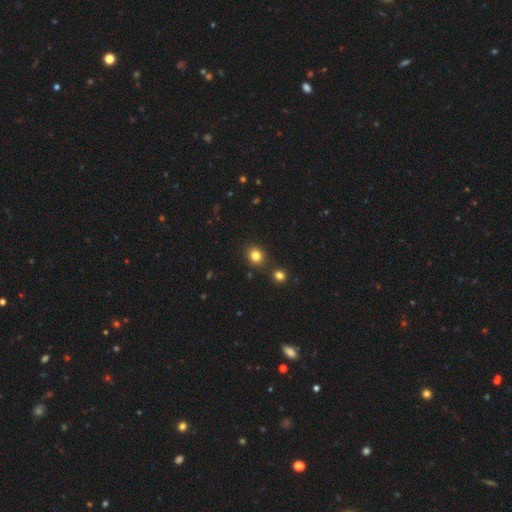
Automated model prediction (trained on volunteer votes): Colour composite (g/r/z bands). It shows a smooth galaxy with no disk features (81%) that is round (69%). Merging: none (83%).